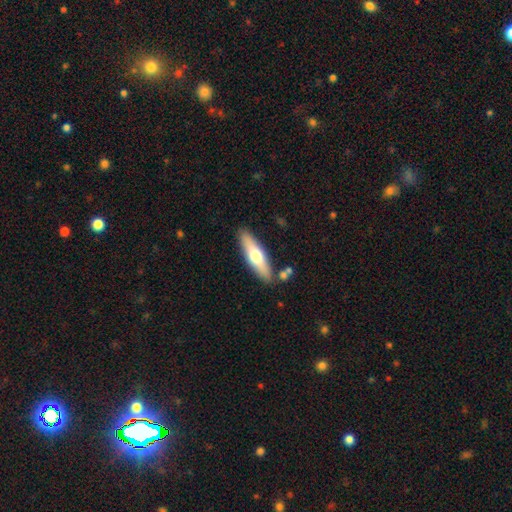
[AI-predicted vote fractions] Smooth or featured? Predicted: smooth (p=0.55). How rounded? Predicted: cigar-shaped (p=0.67). Merging? Predicted: none (p=0.85).